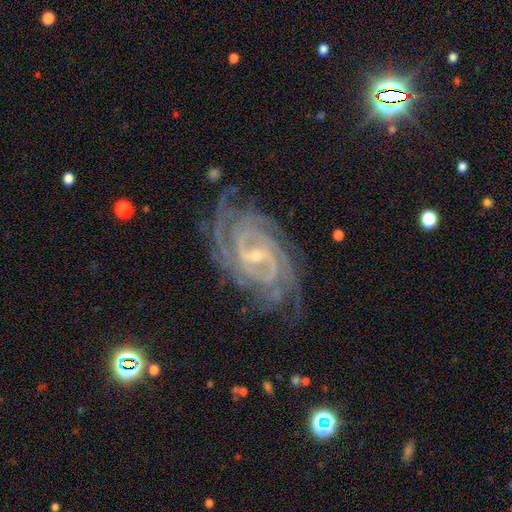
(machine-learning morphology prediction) smooth_or_featured: featured or disk (p=0.92) [alt: star or artifact p=0.05]
disk_edge_on: no (p=0.97) [alt: yes p=0.03]
bar: weak (p=0.46) [alt: no p=0.29]
has_spiral_arms: yes (p=0.99) [alt: no p=0.01]
spiral_winding: tight (p=0.75) [alt: medium p=0.22]
spiral_arm_count: 2 (p=0.25) [alt: 4 p=0.20]
bulge_size: small (p=0.77) [alt: moderate p=0.19]
merging: none (p=0.74) [alt: minor disturbance p=0.18]